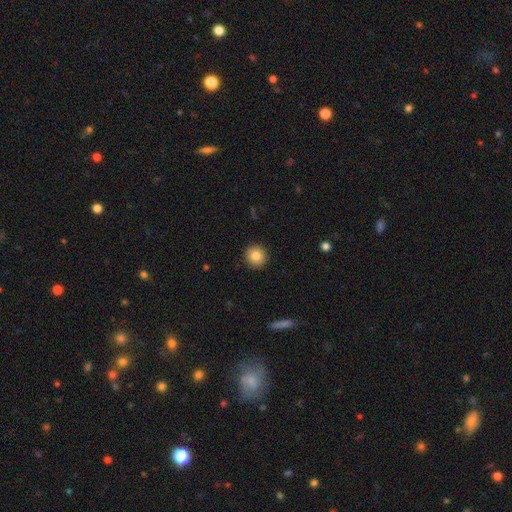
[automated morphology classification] Smooth or featured: smooth — 84% (star or artifact — 9%)
How rounded: round — 94% (in between — 5%)
Merging: none — 92% (minor disturbance — 5%)